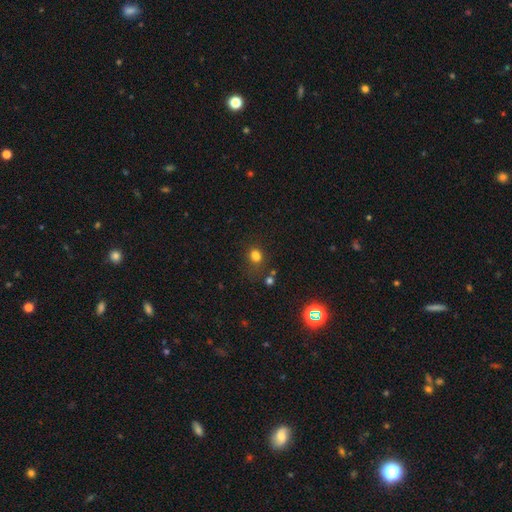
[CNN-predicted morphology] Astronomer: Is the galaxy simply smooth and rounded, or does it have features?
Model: smooth — 75%.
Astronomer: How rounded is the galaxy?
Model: round — 59% (runner-up: in between, 40%).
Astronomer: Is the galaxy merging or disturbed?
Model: none — 60%.